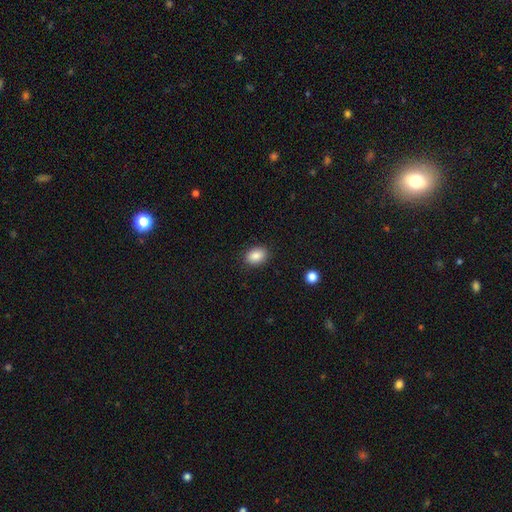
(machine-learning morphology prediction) smooth-or-featured: smooth: 87% | star or artifact: 8% | featured or disk: 5%
  how-rounded: in between: 74% | round: 25% | cigar-shaped: 1%
  merging: none: 88% | minor disturbance: 8% | major disturbance: 2% | merger: 1%